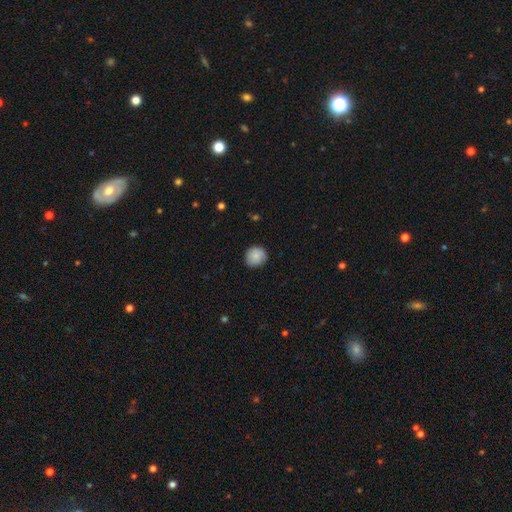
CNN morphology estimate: Smooth or featured?
  - smooth: 83% *
  - featured or disk: 9%
  - star or artifact: 8%
How rounded?
  - round: 90% *
  - in between: 9%
  - cigar-shaped: 1%
Merging?
  - none: 84% *
  - minor disturbance: 12%
  - major disturbance: 2%
  - merger: 1%